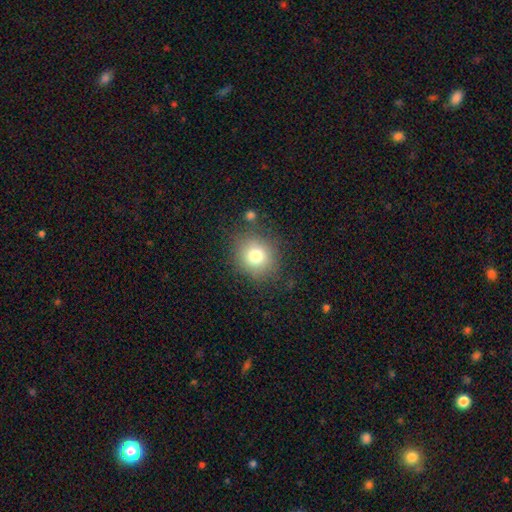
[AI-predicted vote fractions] A smooth galaxy with no disk features (77%) that is round (80%). Merging: none (80%).